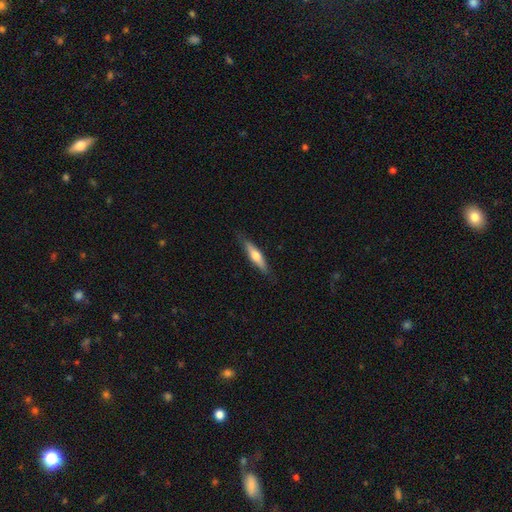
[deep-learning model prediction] The model was most divided on "smooth or featured": smooth: 49%, featured or disk: 46%, star or artifact: 5%. More confident: merging — none (85%).